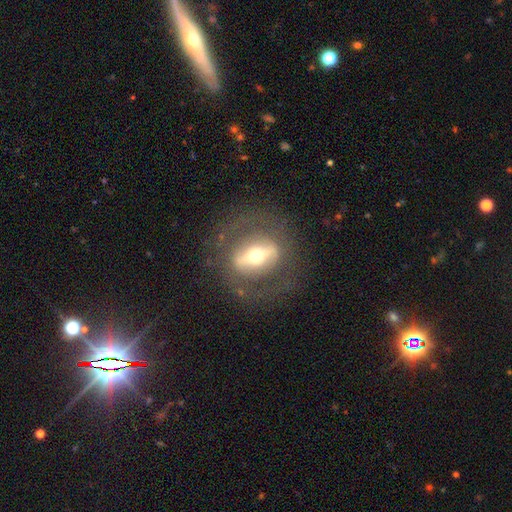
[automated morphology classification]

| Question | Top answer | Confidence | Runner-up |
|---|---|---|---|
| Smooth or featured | featured or disk | 68% | smooth (24%) |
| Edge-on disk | no | 72% | yes (28%) |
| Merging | none | 76% | minor disturbance (12%) |